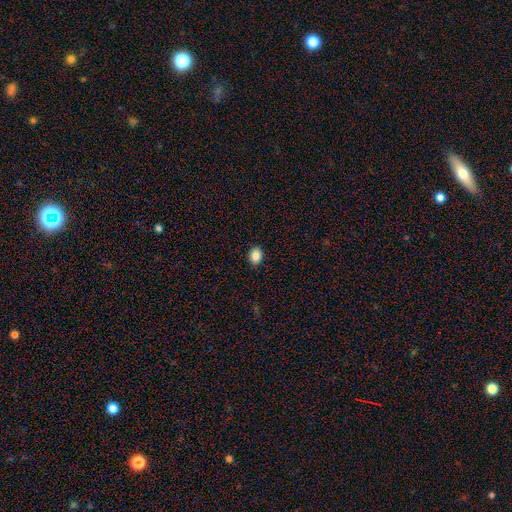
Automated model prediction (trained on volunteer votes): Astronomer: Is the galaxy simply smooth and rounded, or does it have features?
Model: smooth — 86%.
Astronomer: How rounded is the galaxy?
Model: in between — 62% (runner-up: round, 37%).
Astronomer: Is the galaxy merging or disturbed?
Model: none — 91%.